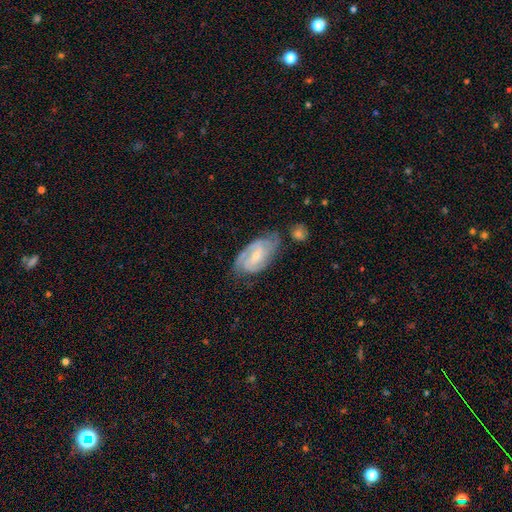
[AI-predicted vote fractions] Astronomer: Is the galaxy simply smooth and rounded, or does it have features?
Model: featured or disk — 80%.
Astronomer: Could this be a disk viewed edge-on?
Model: no — 96%.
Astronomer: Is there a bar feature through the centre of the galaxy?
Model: weak — 50% (runner-up: no, 31%).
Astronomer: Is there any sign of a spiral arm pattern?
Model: yes — 95%.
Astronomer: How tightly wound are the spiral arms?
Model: tight — 48% (runner-up: medium, 41%).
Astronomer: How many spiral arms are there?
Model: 2 — 60%.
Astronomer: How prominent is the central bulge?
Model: small — 64%.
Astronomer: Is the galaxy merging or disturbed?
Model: none — 62%.